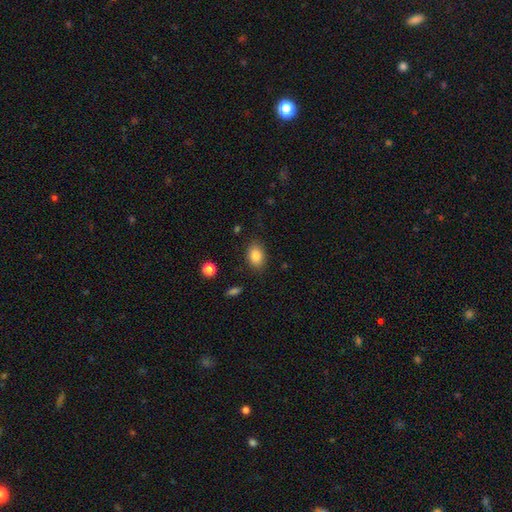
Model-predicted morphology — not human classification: Smooth or featured? smooth (85%)
How rounded? in between (80%)
Merging? none (85%)